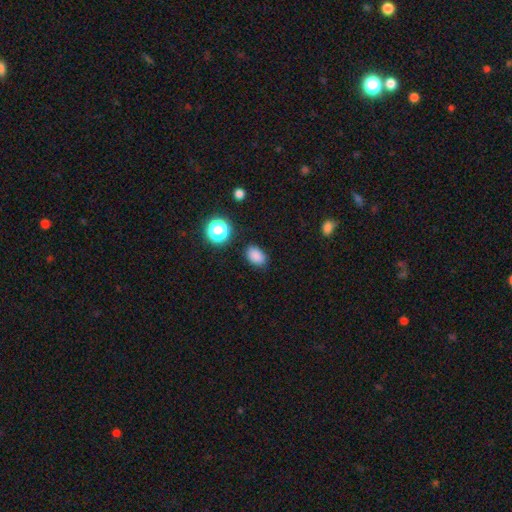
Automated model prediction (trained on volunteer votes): smooth 84%, star or artifact 12%, featured or disk 4%. Down the decision tree: how rounded — in between (80%); merging — none (84%).